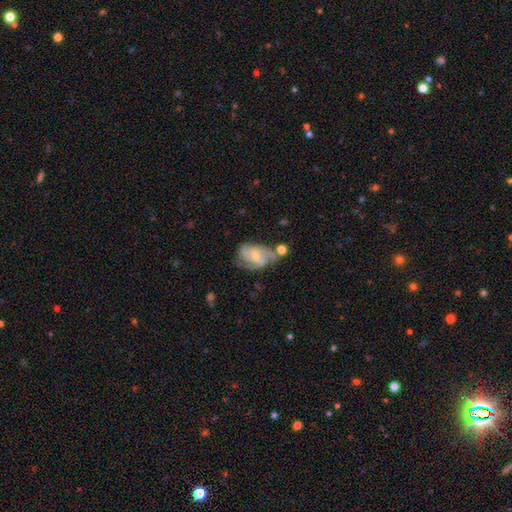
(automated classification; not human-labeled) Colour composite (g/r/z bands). It shows a featured or disk galaxy (73%) with no bar (46%), 2 (37%) medium (46%) spiral arms (88%) and a small central bulge (58%). Merging: none (43%).